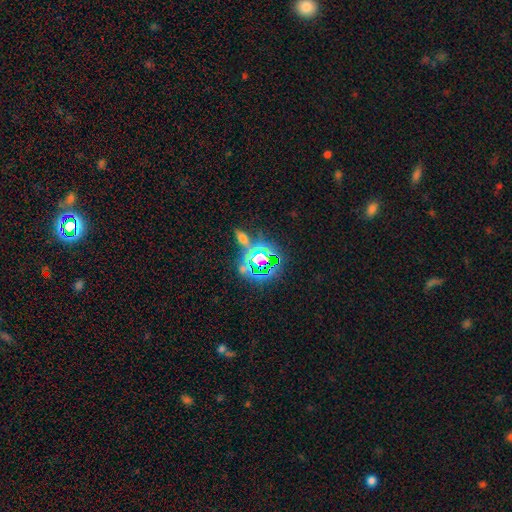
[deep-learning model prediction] A star or artifact, not a galaxy (78%).